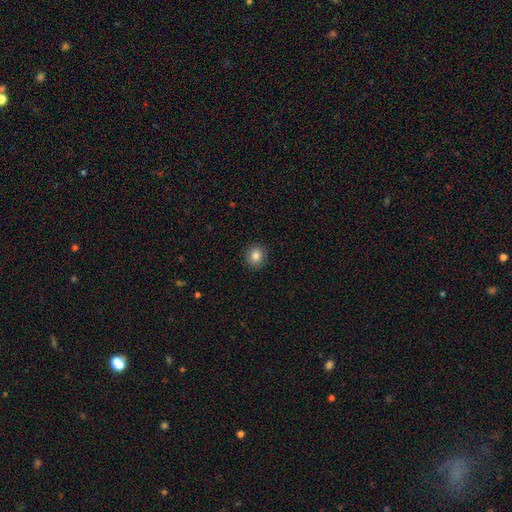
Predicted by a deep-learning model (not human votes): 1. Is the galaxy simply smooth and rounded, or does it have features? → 84% smooth, 10% star or artifact, 6% featured or disk.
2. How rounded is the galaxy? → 82% round, 17% in between, 1% cigar-shaped.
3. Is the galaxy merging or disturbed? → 91% none, 6% minor disturbance, 2% major disturbance, 1% merger.